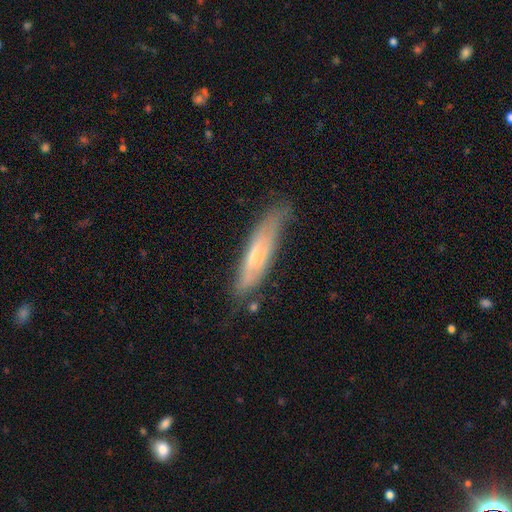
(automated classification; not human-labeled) Q: Smooth or featured?
A: featured or disk (48%); runner-up: smooth (45%)
Q: Merging?
A: none (63%); runner-up: minor disturbance (26%)